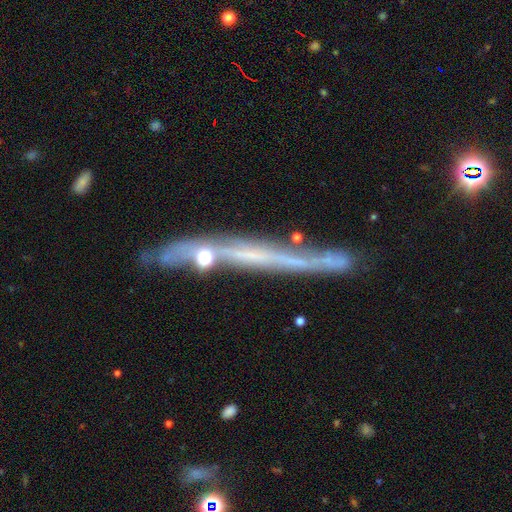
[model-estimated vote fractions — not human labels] smooth-or-featured: featured or disk: 67% | smooth: 22% | star or artifact: 12%
  disk-edge-on: yes: 86% | no: 14%
    edge-on-bulge: none: 77% | rounded: 16% | boxy: 7%
  merging: none: 59% | minor disturbance: 20% | merger: 12% | major disturbance: 9%